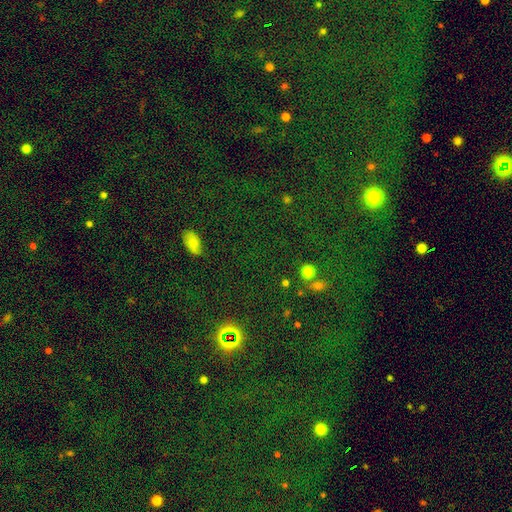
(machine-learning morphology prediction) Smooth or featured? Predicted: star or artifact (p=0.66).